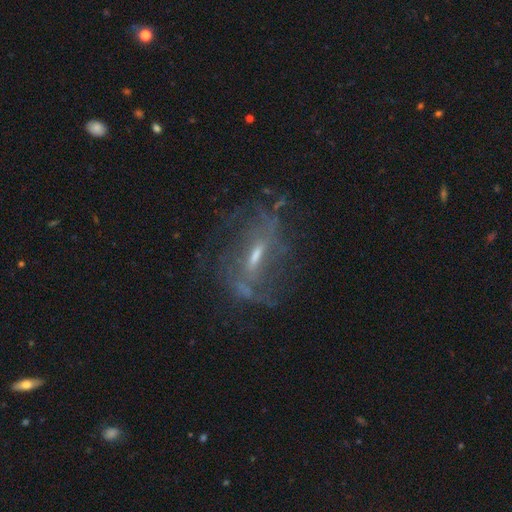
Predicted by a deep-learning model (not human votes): Smooth or featured? Predicted: featured or disk (p=0.78). Edge-on disk? Predicted: no (p=0.85). Bar? Predicted: weak (p=0.43). Spiral arms? Predicted: yes (p=0.75). Bulge size? Predicted: small (p=0.46). Merging? Predicted: none (p=0.58).